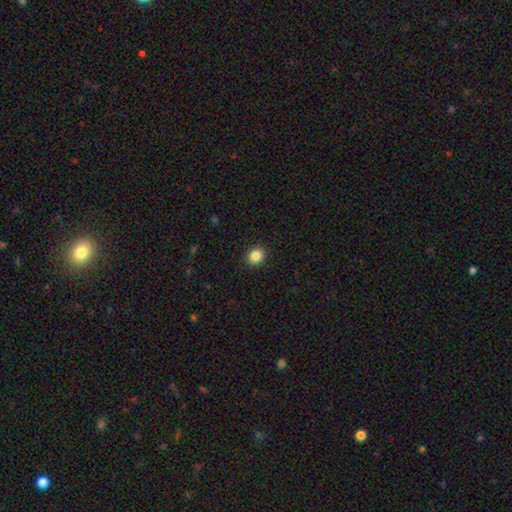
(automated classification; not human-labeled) Morphology: type=smooth (86%); roundness=round (64%); merging=none (91%).